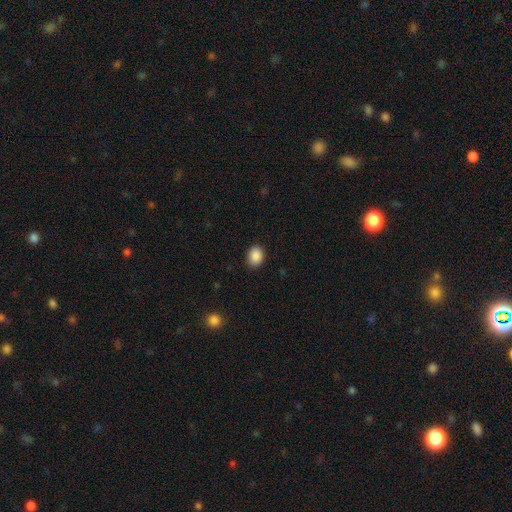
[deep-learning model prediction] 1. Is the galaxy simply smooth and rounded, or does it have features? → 89% smooth, 8% star or artifact, 3% featured or disk.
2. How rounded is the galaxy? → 62% in between, 37% round, 1% cigar-shaped.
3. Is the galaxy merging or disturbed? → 88% none, 9% minor disturbance, 2% major disturbance, 1% merger.